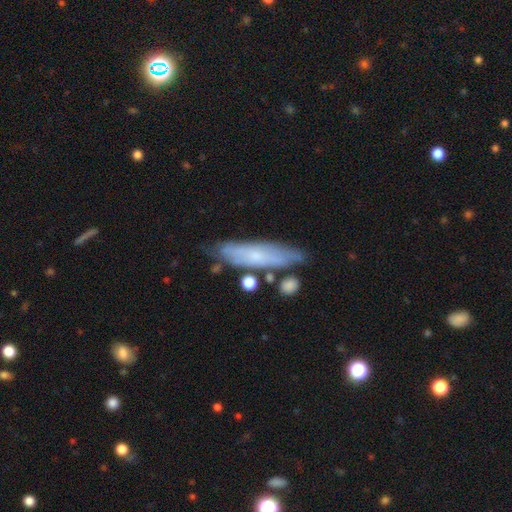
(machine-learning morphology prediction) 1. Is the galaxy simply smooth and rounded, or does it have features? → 48% smooth, 44% featured or disk, 8% star or artifact.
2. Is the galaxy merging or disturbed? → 67% none, 20% minor disturbance, 8% merger, 5% major disturbance.